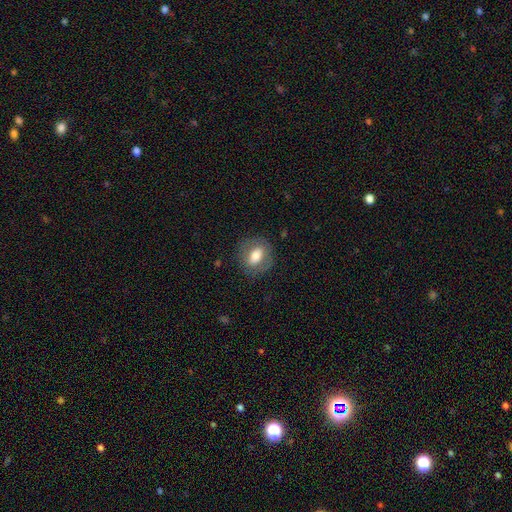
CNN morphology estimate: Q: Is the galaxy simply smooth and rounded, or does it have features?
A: smooth — 66%.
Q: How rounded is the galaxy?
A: in between — 55%.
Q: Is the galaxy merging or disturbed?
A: none — 79%.